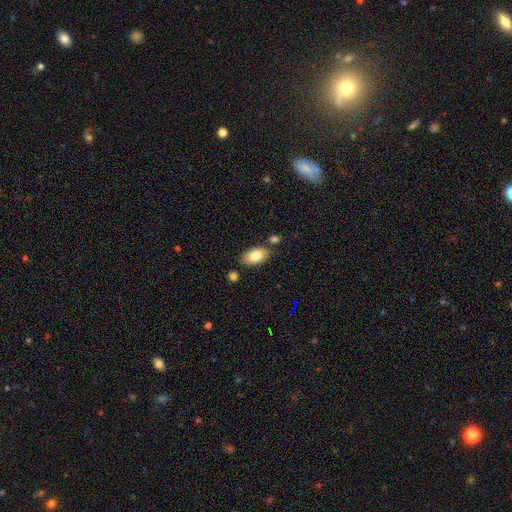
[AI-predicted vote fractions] smooth-or-featured: smooth: 82% | featured or disk: 11% | star or artifact: 7%
  how-rounded: in between: 94% | round: 4% | cigar-shaped: 2%
  merging: none: 78% | minor disturbance: 12% | merger: 7% | major disturbance: 3%